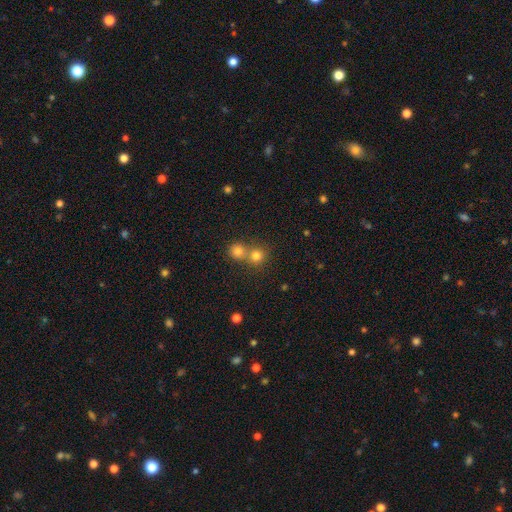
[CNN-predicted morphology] A smooth galaxy with no disk features (77%) that is round (89%).

Vote fractions:
- Smooth or featured? smooth: 77% / star or artifact: 15% / featured or disk: 8%
- How rounded? round: 89% / in between: 10% / cigar-shaped: 1%
- Merging? none: 49% / merger: 44% / minor disturbance: 5% / major disturbance: 2%